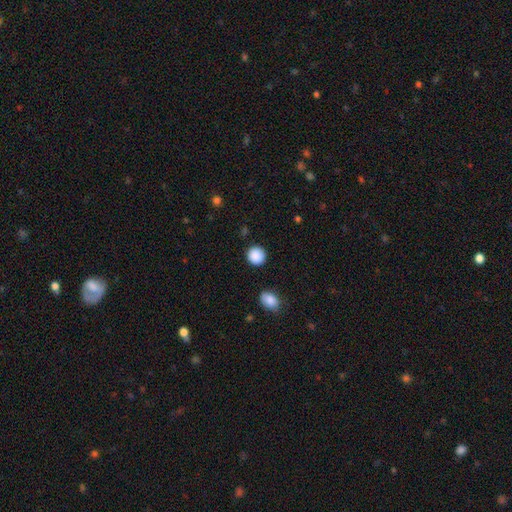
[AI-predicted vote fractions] A smooth galaxy with no disk features (89%) that is round (91%). Merging: none (90%).